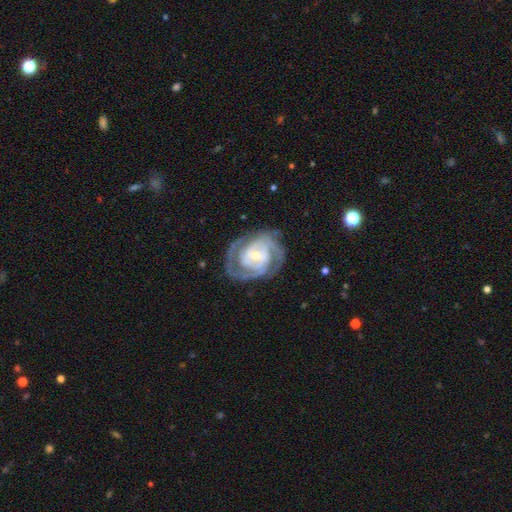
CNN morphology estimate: featured or disk 90%, smooth 6%, star or artifact 4%. Down the decision tree: edge-on disk — no (98%); bar — no (46%); spiral arms — yes (97%); spiral arm count — 2 (46%); spiral winding — tight (62%); bulge size — small (61%); merging — none (73%).